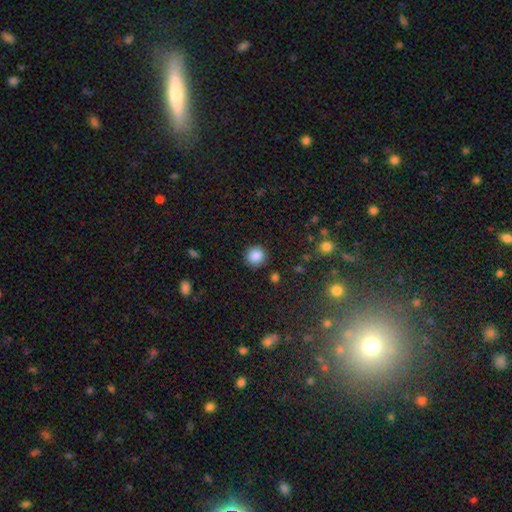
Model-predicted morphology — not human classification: This appears to be a smooth galaxy with no disk features (86%) that is round (91%). Merging: none (88%).